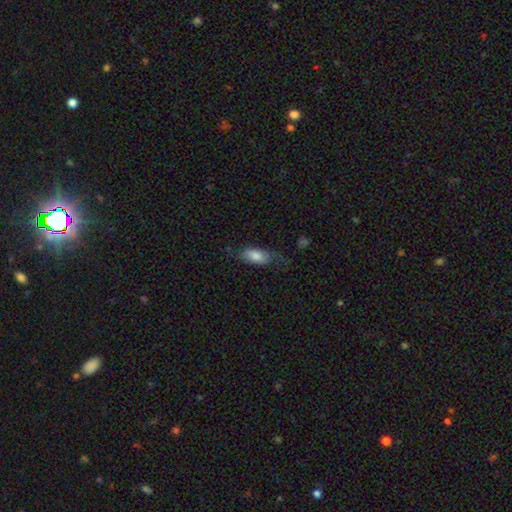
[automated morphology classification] smooth 73%, featured or disk 20%, star or artifact 7%. Down the decision tree: how rounded — in between (85%); merging — none (54%).